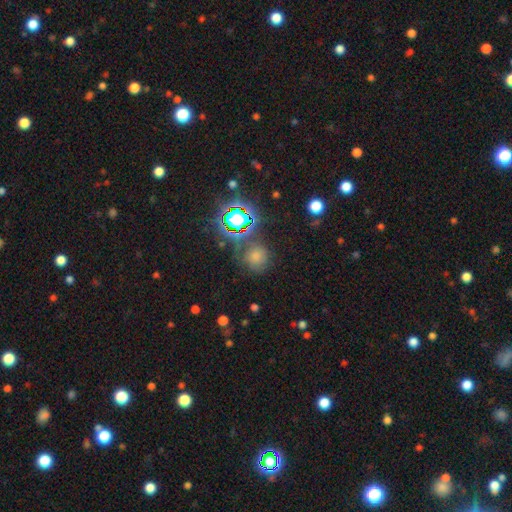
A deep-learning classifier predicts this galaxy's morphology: smooth-or-featured: smooth: 57% | star or artifact: 32% | featured or disk: 11%
  how-rounded: round: 85% | in between: 14% | cigar-shaped: 1%
  merging: none: 69% | minor disturbance: 16% | major disturbance: 8% | merger: 6%